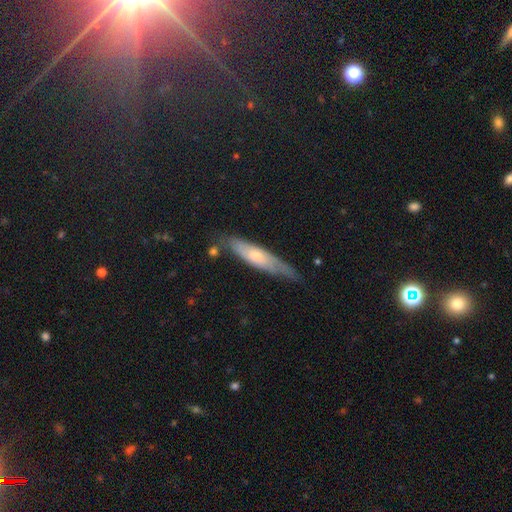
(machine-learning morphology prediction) The model was most divided on "smooth or featured": smooth: 49%, featured or disk: 45%, star or artifact: 6%. More confident: merging — none (63%).